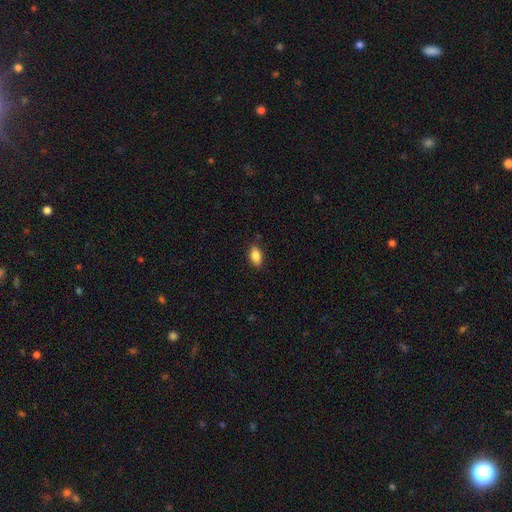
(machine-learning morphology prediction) A smooth galaxy with no disk features (84%) that is in between round and cigar-shaped (88%). Merging: none (86%).